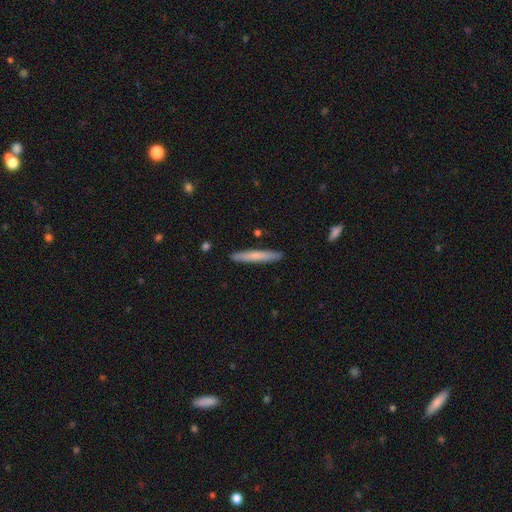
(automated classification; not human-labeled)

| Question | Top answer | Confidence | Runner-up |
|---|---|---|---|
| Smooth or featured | smooth | 67% | featured or disk (27%) |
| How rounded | cigar-shaped | 95% | in between (4%) |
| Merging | none | 89% | minor disturbance (8%) |